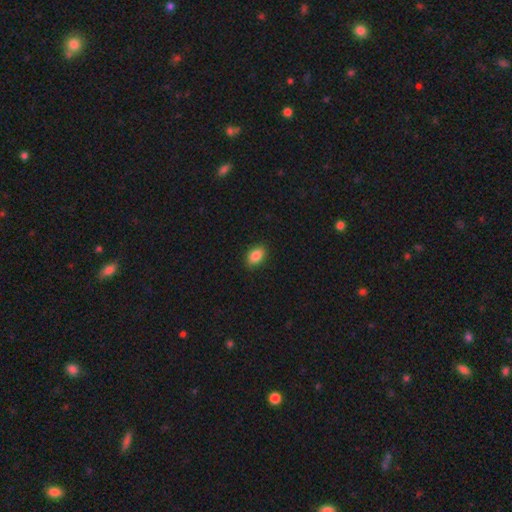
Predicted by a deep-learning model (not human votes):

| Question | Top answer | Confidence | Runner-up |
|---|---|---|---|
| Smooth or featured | smooth | 87% | star or artifact (8%) |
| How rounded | in between | 87% | round (11%) |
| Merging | none | 88% | minor disturbance (9%) |